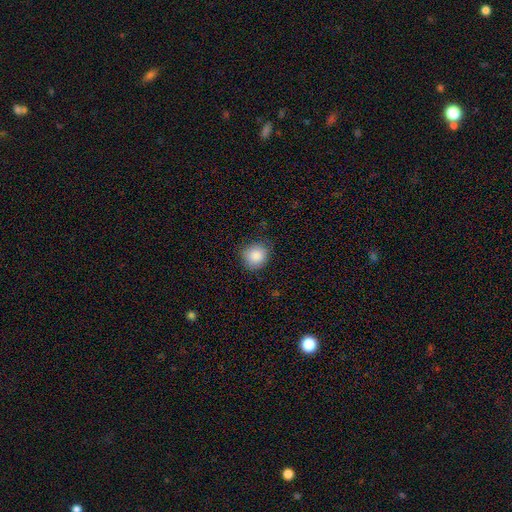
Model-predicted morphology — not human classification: Q: Smooth or featured?
A: smooth (88%); runner-up: star or artifact (8%)
Q: How rounded?
A: round (84%); runner-up: in between (15%)
Q: Merging?
A: none (80%); runner-up: minor disturbance (16%)